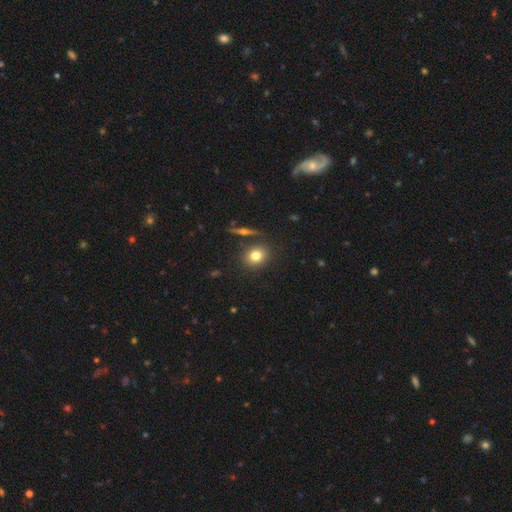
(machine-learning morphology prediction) smooth_or_featured: smooth (p=0.77) [alt: featured or disk p=0.12]
how_rounded: round (p=0.69) [alt: in between p=0.29]
merging: none (p=0.80) [alt: minor disturbance p=0.10]